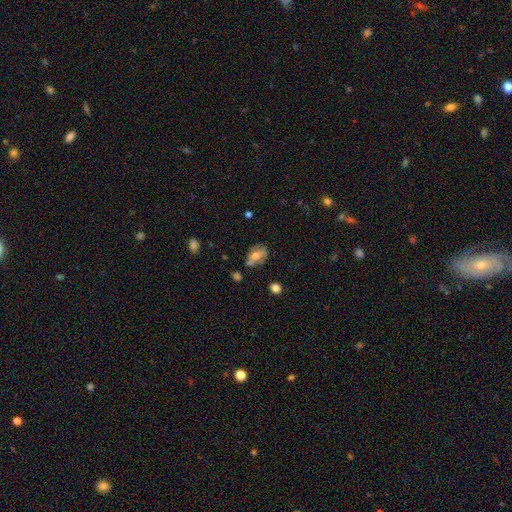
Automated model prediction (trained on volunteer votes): A smooth galaxy with no disk features (49%).

Vote fractions:
- Smooth or featured? smooth: 49% / featured or disk: 42% / star or artifact: 9%
- Merging? none: 57% / minor disturbance: 26% / major disturbance: 9% / merger: 8%